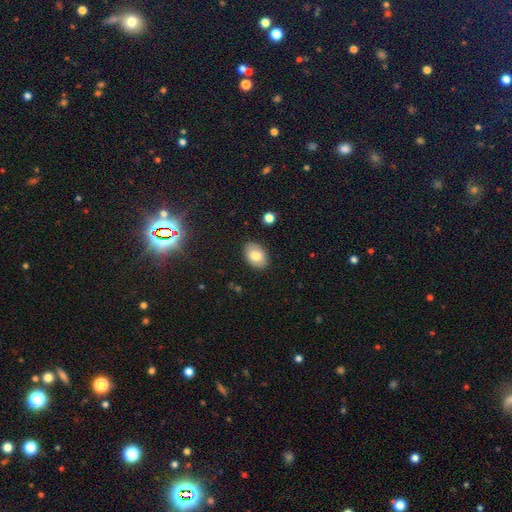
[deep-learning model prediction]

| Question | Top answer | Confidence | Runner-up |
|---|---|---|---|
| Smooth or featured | smooth | 78% | featured or disk (14%) |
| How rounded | in between | 84% | round (15%) |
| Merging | none | 87% | minor disturbance (10%) |